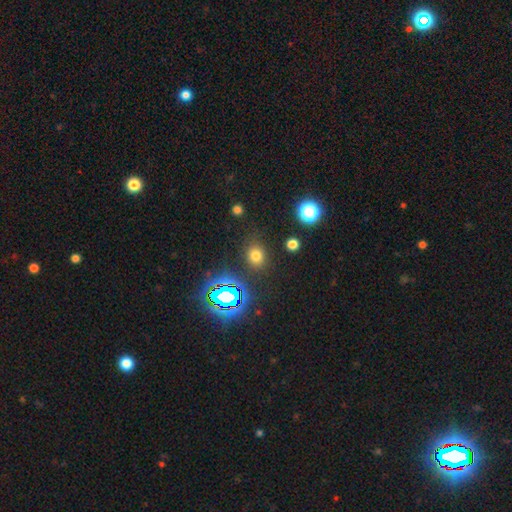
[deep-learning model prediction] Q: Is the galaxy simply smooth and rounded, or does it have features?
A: smooth — 69%.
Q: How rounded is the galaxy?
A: round — 63%.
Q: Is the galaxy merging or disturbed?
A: none — 84%.